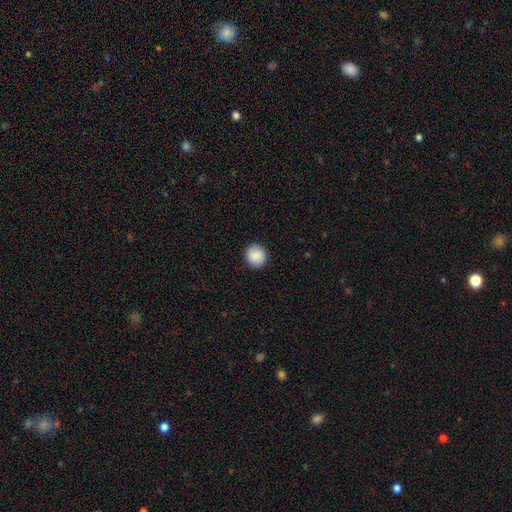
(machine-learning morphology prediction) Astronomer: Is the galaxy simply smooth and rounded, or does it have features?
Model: smooth — 89%.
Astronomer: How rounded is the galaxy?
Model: round — 86%.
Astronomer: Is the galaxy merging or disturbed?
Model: none — 91%.